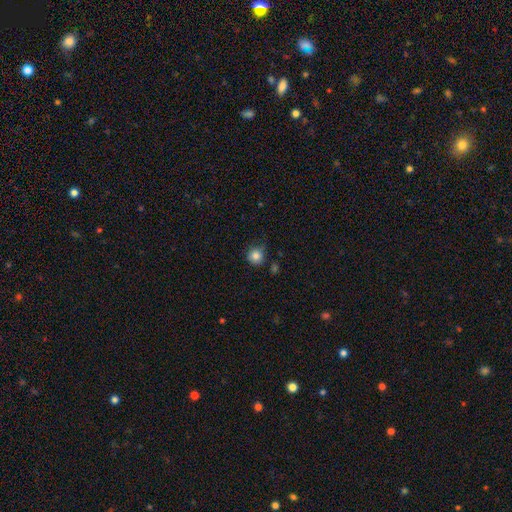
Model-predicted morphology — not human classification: smooth 83%, star or artifact 11%, featured or disk 6%. Down the decision tree: how rounded — round (92%); merging — none (72%).